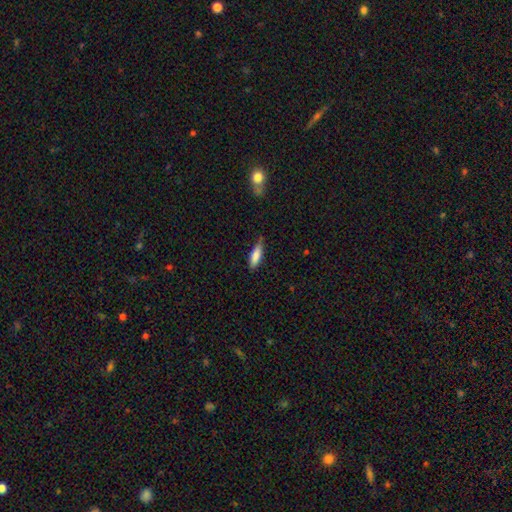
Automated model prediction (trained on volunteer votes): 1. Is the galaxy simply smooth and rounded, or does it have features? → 83% smooth, 11% featured or disk, 6% star or artifact.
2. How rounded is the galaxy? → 54% cigar-shaped, 45% in between, 2% round.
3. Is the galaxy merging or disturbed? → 76% none, 19% minor disturbance, 3% major disturbance, 2% merger.